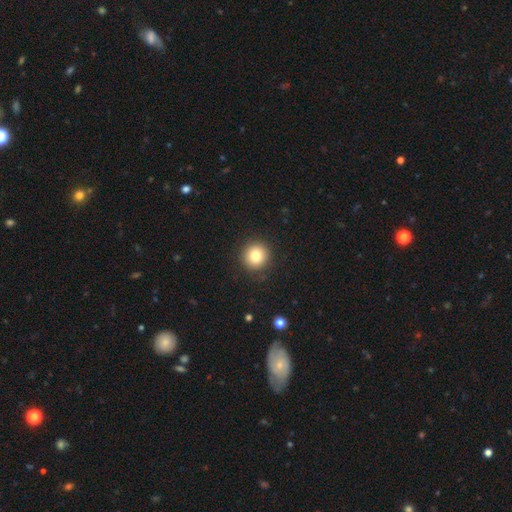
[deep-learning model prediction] The model was most divided on "smooth or featured": smooth: 81%, star or artifact: 10%, featured or disk: 8%. More confident: how rounded — round (94%); merging — none (91%).